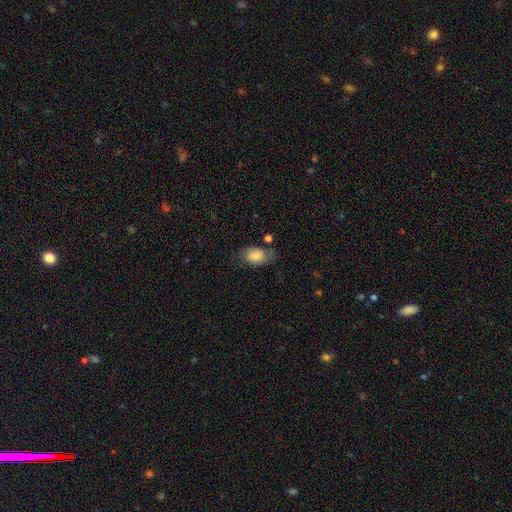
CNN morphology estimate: smooth_or_featured: smooth (p=0.76) [alt: featured or disk p=0.16]
how_rounded: in between (p=0.86) [alt: round p=0.13]
merging: none (p=0.53) [alt: minor disturbance p=0.27]